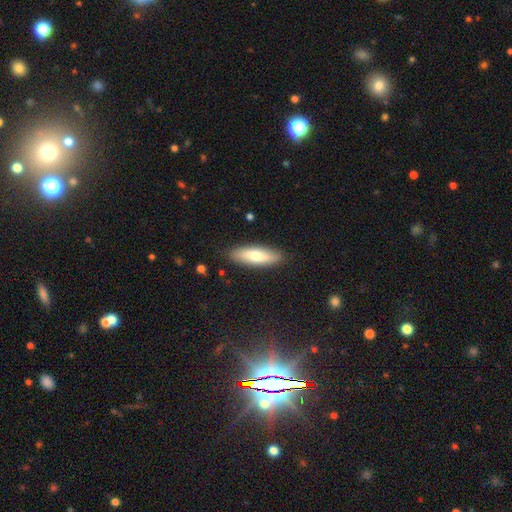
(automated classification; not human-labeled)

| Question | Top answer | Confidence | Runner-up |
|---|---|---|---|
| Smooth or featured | smooth | 67% | featured or disk (27%) |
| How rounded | in between | 59% | cigar-shaped (39%) |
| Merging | none | 88% | minor disturbance (9%) |